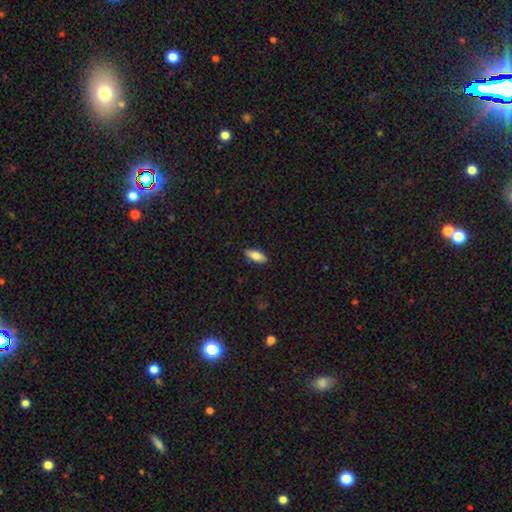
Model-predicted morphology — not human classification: Smooth or featured: smooth — 79% (featured or disk — 15%)
How rounded: in between — 78% (cigar-shaped — 20%)
Merging: none — 89% (minor disturbance — 8%)